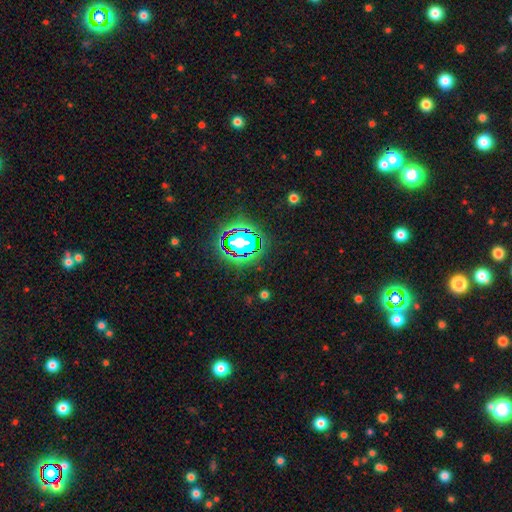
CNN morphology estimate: Smooth or featured: star or artifact — 79% (smooth — 13%)